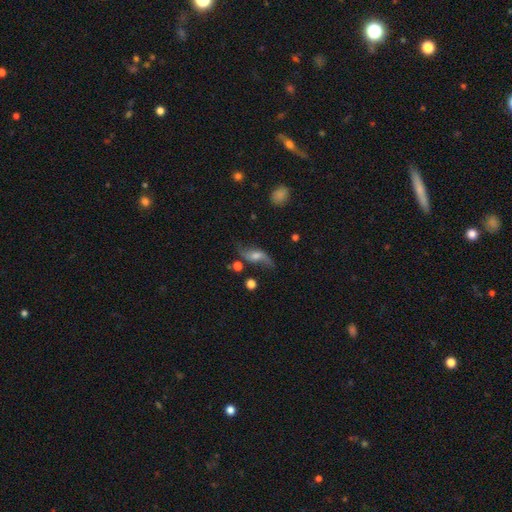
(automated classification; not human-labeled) The model was most divided on "bulge size": moderate: 47%, small: 30%, large: 12%, none: 9%, dominant: 3%. More confident: spiral arms — yes (92%); spiral arm count — 2 (91%); edge-on disk — no (89%); spiral winding — loose (88%); smooth or featured — featured or disk (71%); merging — none (61%); bar — no (54%).